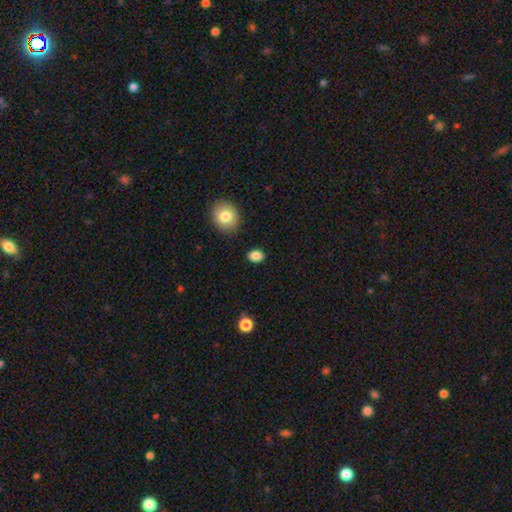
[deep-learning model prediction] Smooth or featured? Predicted: smooth (p=0.86). How rounded? Predicted: in between (p=0.59). Merging? Predicted: none (p=0.87).